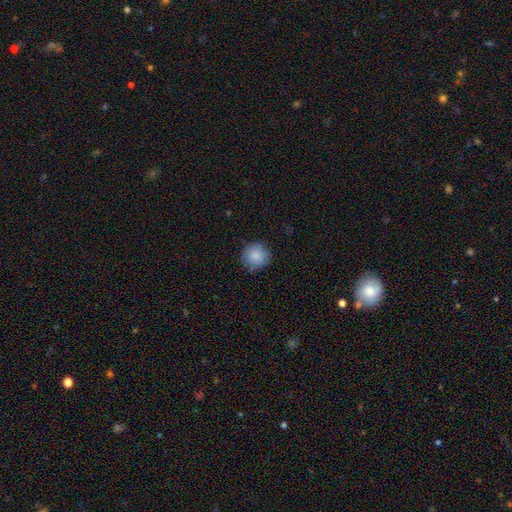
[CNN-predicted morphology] Smooth or featured?
  - smooth: 87% *
  - star or artifact: 8%
  - featured or disk: 5%
How rounded?
  - round: 93% *
  - in between: 6%
  - cigar-shaped: 1%
Merging?
  - none: 85% *
  - minor disturbance: 11%
  - major disturbance: 2%
  - merger: 1%